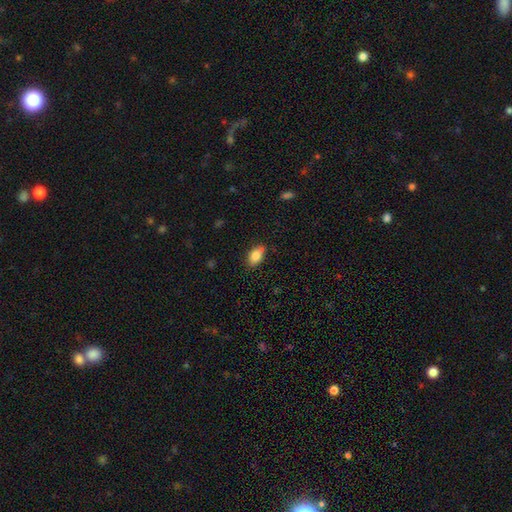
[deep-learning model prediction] This appears to be a smooth galaxy with no disk features (83%) that is in between round and cigar-shaped (89%). Merging: none (77%).